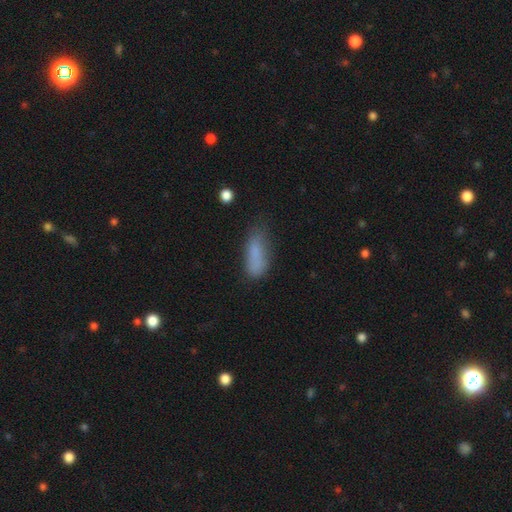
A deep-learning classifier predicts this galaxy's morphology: Smooth or featured?
  - smooth: 80% *
  - featured or disk: 10%
  - star or artifact: 10%
How rounded?
  - in between: 64% *
  - cigar-shaped: 34%
  - round: 2%
Merging?
  - none: 52% *
  - minor disturbance: 31%
  - major disturbance: 13%
  - merger: 3%